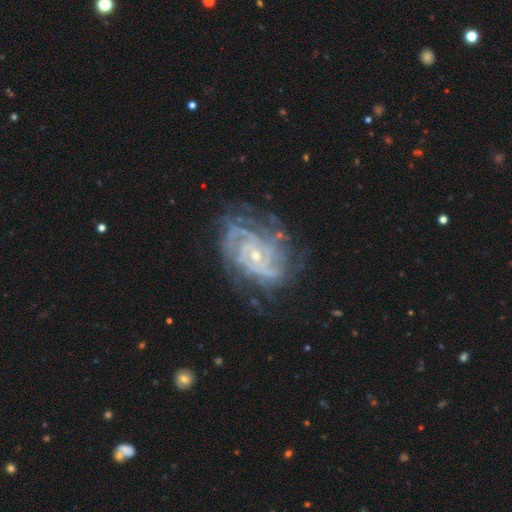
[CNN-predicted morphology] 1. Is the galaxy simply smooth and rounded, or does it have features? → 89% featured or disk, 7% star or artifact, 4% smooth.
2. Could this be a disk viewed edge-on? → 97% no, 3% yes.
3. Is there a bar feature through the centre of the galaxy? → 64% no, 27% weak, 9% strong.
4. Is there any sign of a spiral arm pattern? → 97% yes, 3% no.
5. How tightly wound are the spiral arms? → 68% tight, 26% medium, 5% loose.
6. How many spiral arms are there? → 26% can't tell, 18% 4, 18% 2, 18% 3, 12% more than 4, 7% 1.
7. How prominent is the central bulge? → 71% small, 25% moderate, 2% none, 1% large, 1% dominant.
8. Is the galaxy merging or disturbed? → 68% none, 19% minor disturbance, 11% major disturbance, 2% merger.